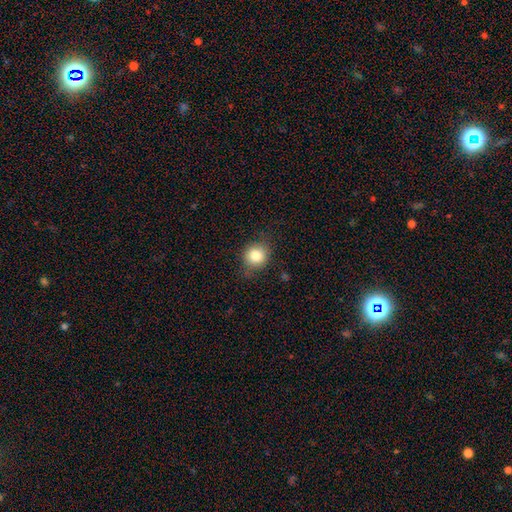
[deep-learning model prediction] A smooth galaxy with no disk features (82%) that is round (78%). Merging: none (77%).